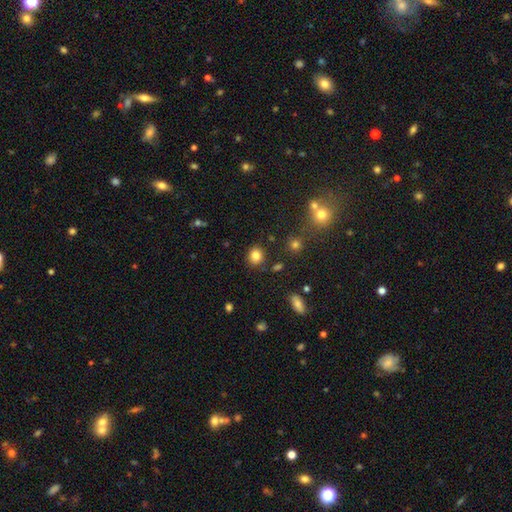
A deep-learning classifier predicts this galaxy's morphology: Overall: smooth (83%). How rounded: round (73%). Merging: none (85%).